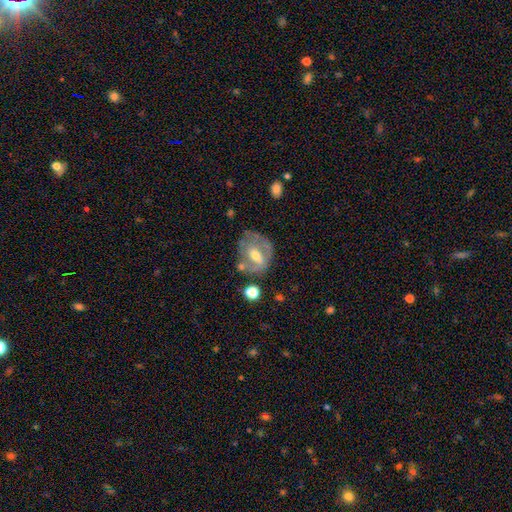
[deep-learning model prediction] This appears to be a featured or disk galaxy (60%) with a weak bar (42%), no spiral arms (59%) and a moderate central bulge (67%). Merging: none (50%).